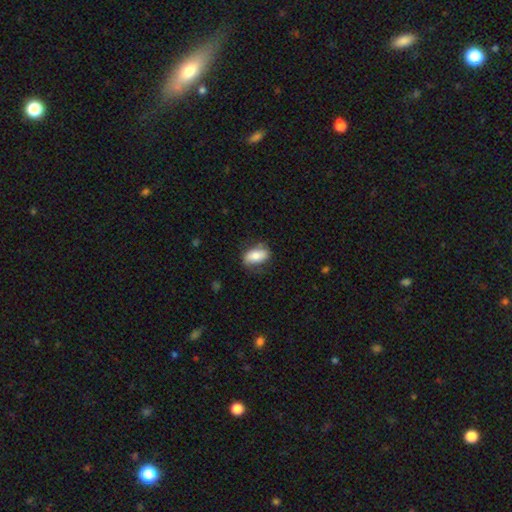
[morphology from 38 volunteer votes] A smooth galaxy with no disk features (82%) that is in between round and cigar-shaped (87%).

Vote fractions:
- Smooth or featured? smooth: 82% / featured or disk: 16% / star or artifact: 3%
- How rounded? in between: 87% / round: 6% / cigar-shaped: 6%
- Merging? none: 73% / minor disturbance: 22% / major disturbance: 5% / merger: 0%